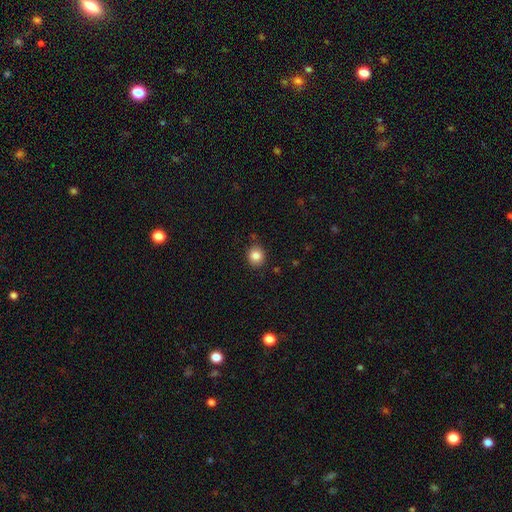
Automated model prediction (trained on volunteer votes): The model was most divided on "how rounded": round: 78%, in between: 21%, cigar-shaped: 1%. More confident: merging — none (85%); smooth or featured — smooth (85%).